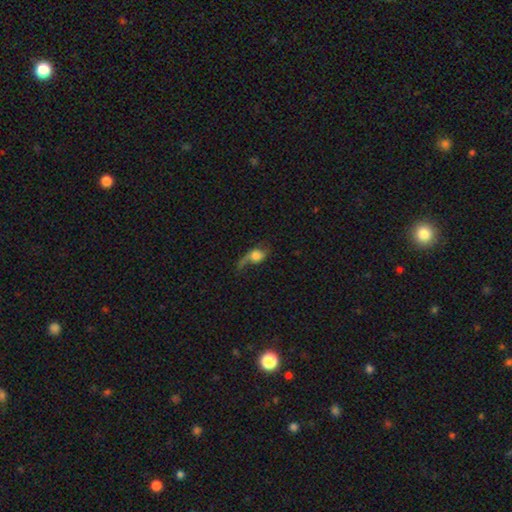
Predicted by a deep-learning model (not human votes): Overall: smooth (48%; featured or disk 42%). Merging: major disturbance (46%; none 27%).